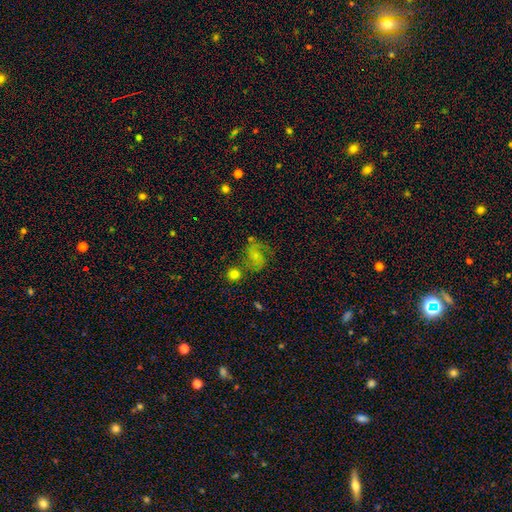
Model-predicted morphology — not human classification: This appears to be a featured or disk galaxy (46%). Merging: none (50%).